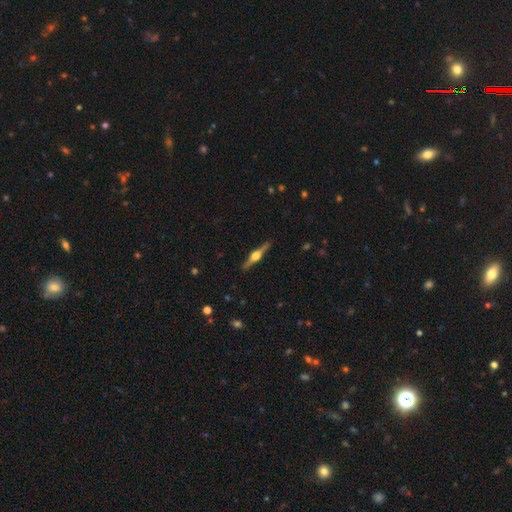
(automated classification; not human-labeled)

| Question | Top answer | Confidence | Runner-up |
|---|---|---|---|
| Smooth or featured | featured or disk | 79% | smooth (16%) |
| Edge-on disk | yes | 98% | no (2%) |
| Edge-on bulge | rounded | 93% | boxy (5%) |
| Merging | none | 89% | minor disturbance (8%) |